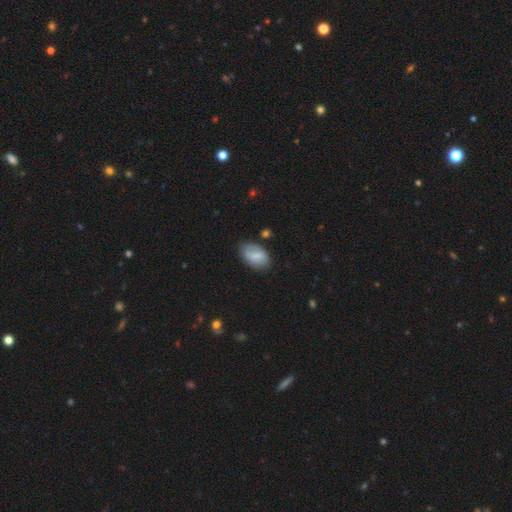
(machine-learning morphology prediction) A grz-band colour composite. It shows a smooth galaxy with no disk features (73%) that is in between round and cigar-shaped (93%). Merging: none (74%).